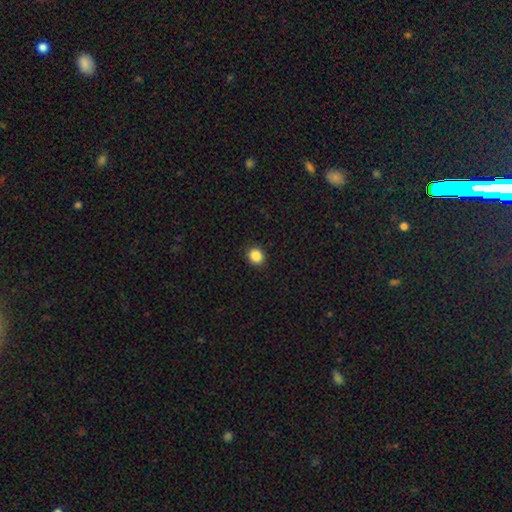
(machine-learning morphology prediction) This is clearly a smooth galaxy (87%). How rounded: likely round (75%). Merging: clearly none (91%).